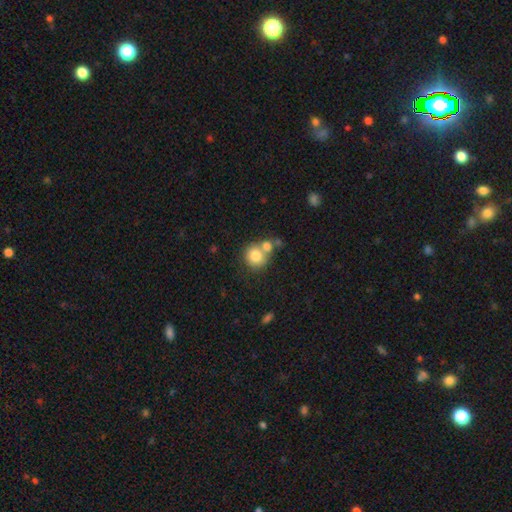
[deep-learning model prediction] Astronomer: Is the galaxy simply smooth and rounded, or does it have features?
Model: smooth — 79%.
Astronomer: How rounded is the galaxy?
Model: round — 86%.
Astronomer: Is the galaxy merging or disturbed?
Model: none — 44%, tied with merger at 44%.